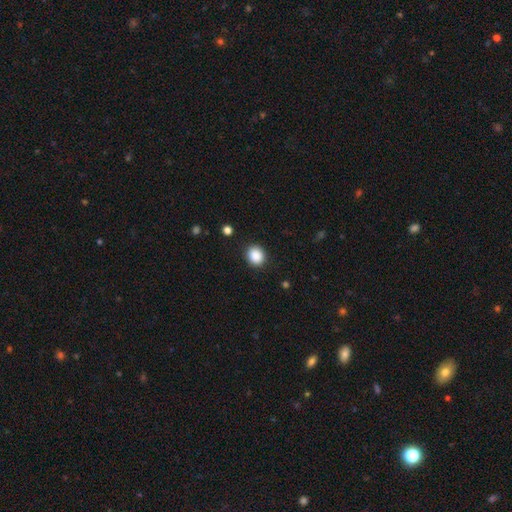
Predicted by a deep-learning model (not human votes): Smooth or featured: smooth — 89% (star or artifact — 9%)
How rounded: round — 70% (in between — 29%)
Merging: none — 89% (minor disturbance — 8%)